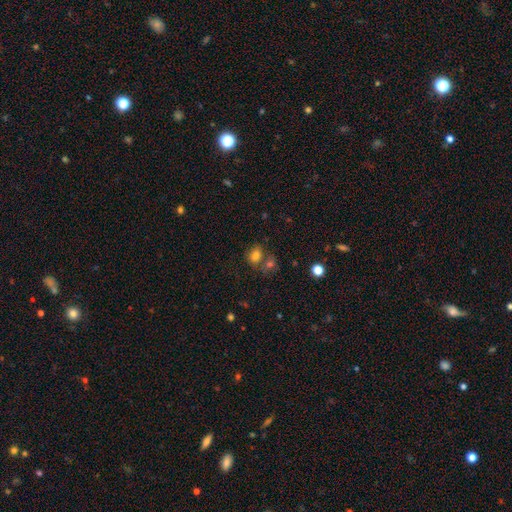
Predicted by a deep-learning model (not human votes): Smooth or featured? smooth (77%)
How rounded? in between (63%)
Merging? none (48%)